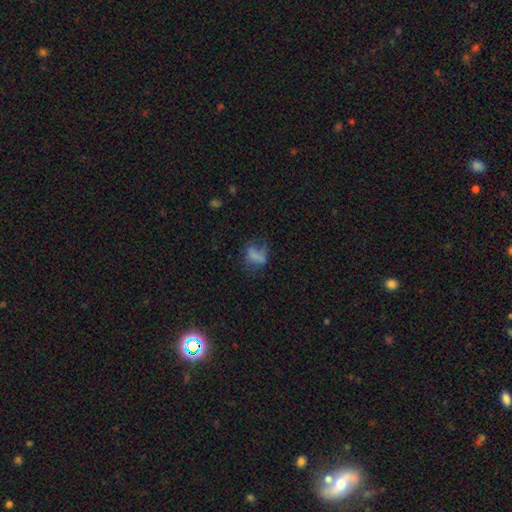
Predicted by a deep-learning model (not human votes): Smooth or featured? Predicted: smooth (p=0.60). How rounded? Predicted: in between (p=0.74). Merging? Predicted: major disturbance (p=0.40).